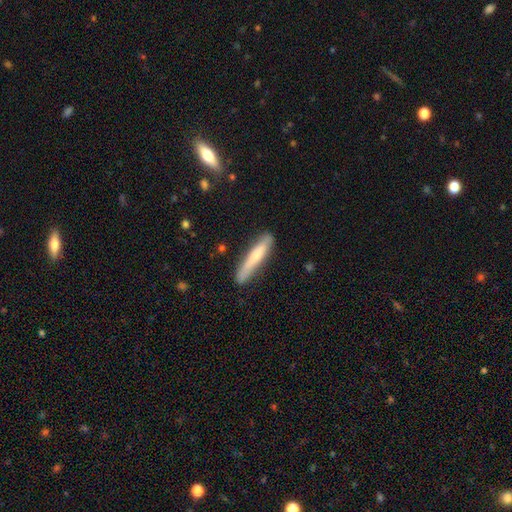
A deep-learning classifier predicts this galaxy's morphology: Smooth or featured?
  - smooth: 65% *
  - featured or disk: 29%
  - star or artifact: 6%
How rounded?
  - cigar-shaped: 91% *
  - in between: 7%
  - round: 1%
Merging?
  - none: 78% *
  - minor disturbance: 17%
  - major disturbance: 3%
  - merger: 2%